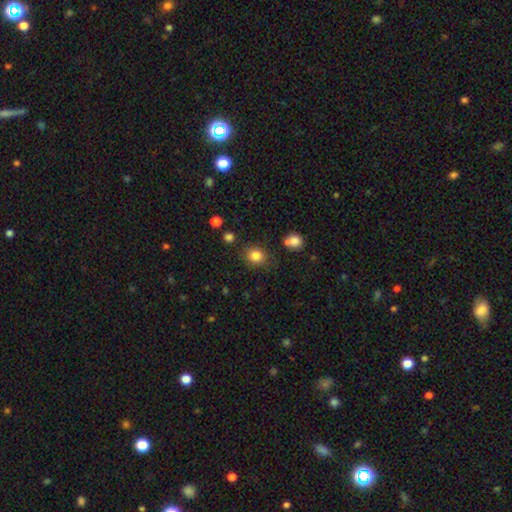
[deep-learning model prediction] Morphology: type=smooth (83%); roundness=round (71%); merging=none (81%).